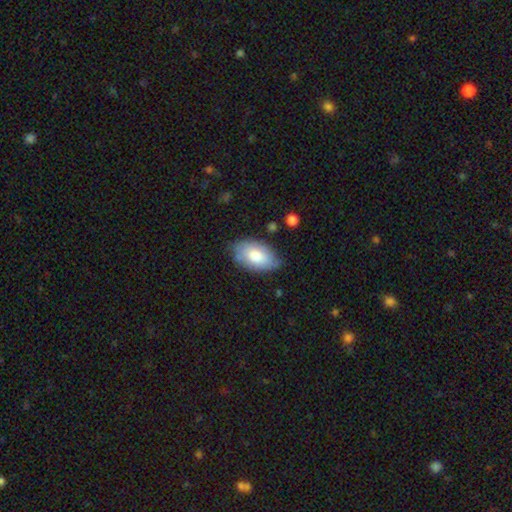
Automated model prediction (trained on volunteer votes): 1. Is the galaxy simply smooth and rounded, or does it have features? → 76% smooth, 18% featured or disk, 6% star or artifact.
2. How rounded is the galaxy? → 94% in between, 5% round, 1% cigar-shaped.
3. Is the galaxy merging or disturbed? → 69% none, 24% minor disturbance, 5% major disturbance, 2% merger.